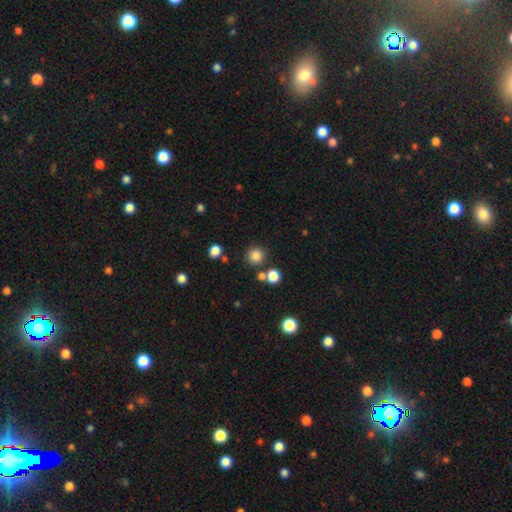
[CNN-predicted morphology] Smooth or featured: smooth — 82% (star or artifact — 14%)
How rounded: round — 93% (in between — 6%)
Merging: none — 80% (merger — 10%)